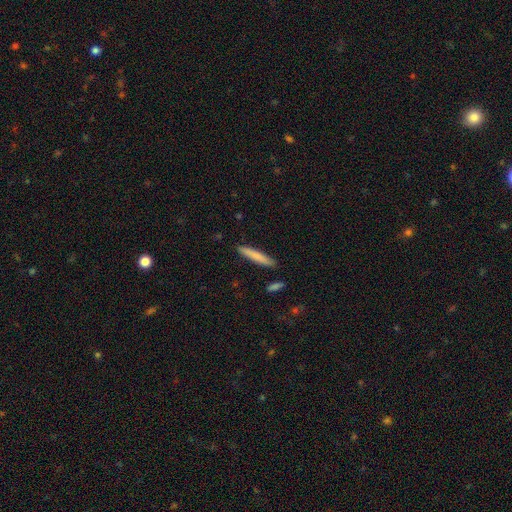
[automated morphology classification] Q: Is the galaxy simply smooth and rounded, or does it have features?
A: smooth — 79%.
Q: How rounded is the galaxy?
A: cigar-shaped — 94%.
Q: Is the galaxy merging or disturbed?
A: none — 89%.